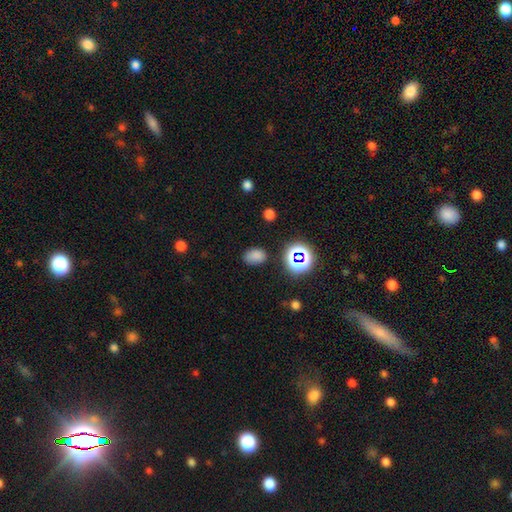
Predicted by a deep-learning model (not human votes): Smooth or featured? Predicted: smooth (p=0.75). How rounded? Predicted: in between (p=0.79). Merging? Predicted: none (p=0.78).